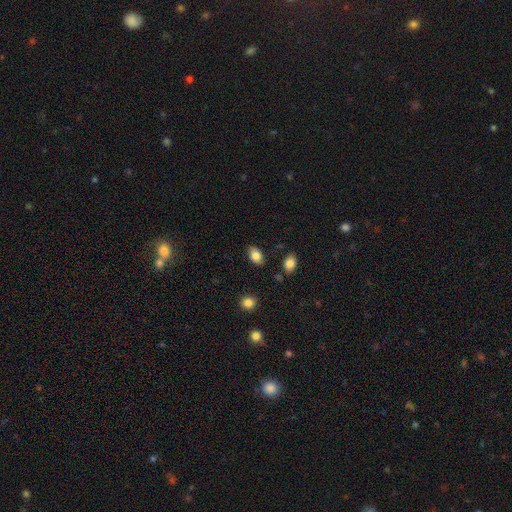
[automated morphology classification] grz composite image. It shows a smooth galaxy with no disk features (83%) that is in between round and cigar-shaped (88%). Merging: none (83%).